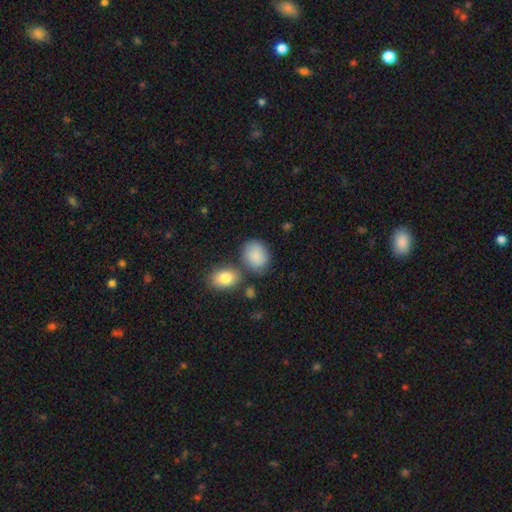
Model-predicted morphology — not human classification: The model was most divided on "how rounded": in between: 55%, round: 44%, cigar-shaped: 1%. More confident: smooth or featured — smooth (86%); merging — none (66%).